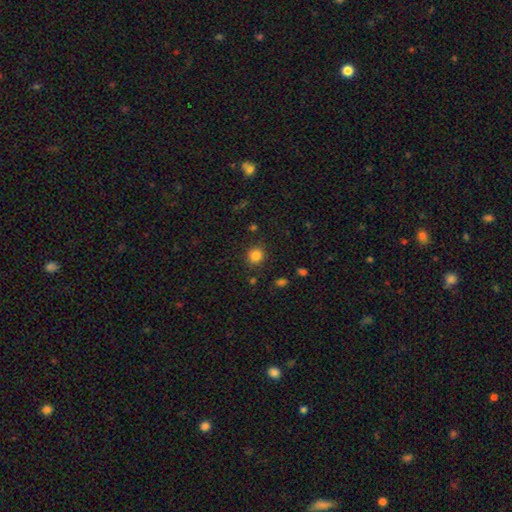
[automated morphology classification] A smooth galaxy with no disk features (83%) that is round (89%). Merging: none (87%).